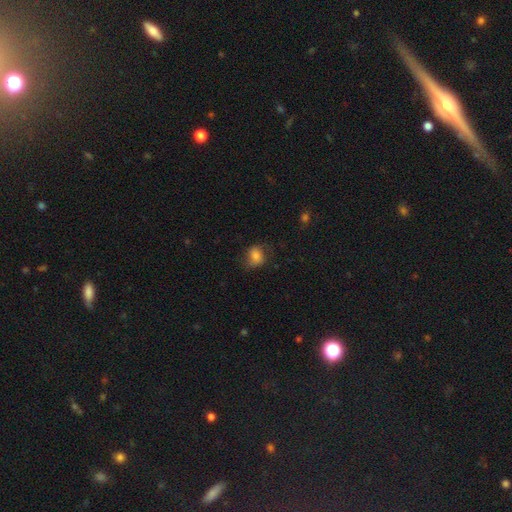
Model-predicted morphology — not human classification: type=smooth (75%); roundness=round (51%); merging=none (64%).